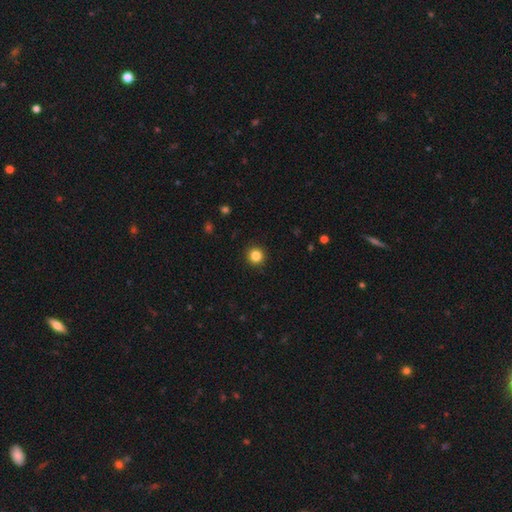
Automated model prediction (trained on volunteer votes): Smooth or featured? Predicted: smooth (p=0.84). How rounded? Predicted: round (p=0.95). Merging? Predicted: none (p=0.93).